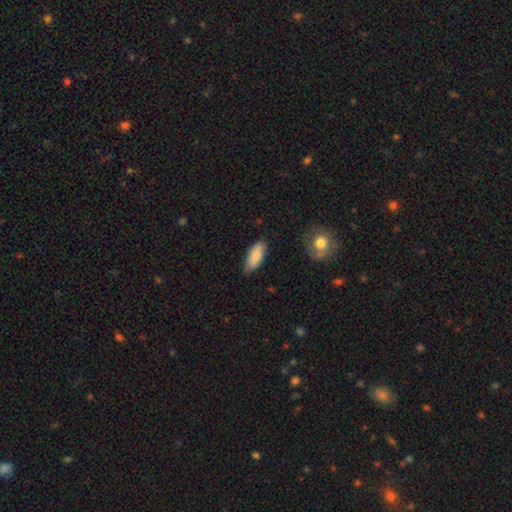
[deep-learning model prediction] This is clearly a smooth galaxy (83%). How rounded: likely in between (77%). Merging: likely none (76%).